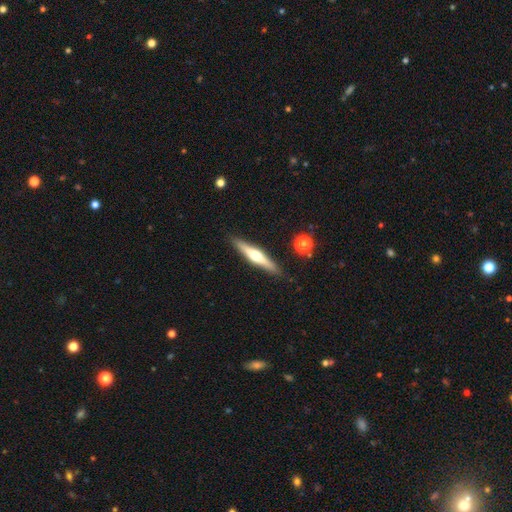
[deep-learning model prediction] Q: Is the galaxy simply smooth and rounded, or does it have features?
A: featured or disk — 64%.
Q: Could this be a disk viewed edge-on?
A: yes — 96%.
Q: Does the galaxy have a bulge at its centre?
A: rounded — 93%.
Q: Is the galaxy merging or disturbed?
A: none — 89%.